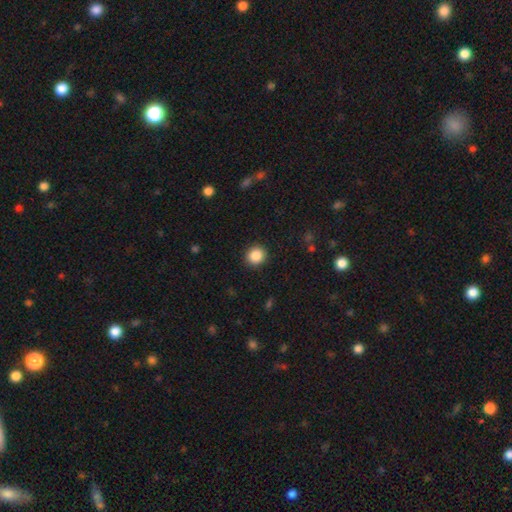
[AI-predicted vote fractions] smooth 87%, star or artifact 9%, featured or disk 4%. Down the decision tree: how rounded — round (88%); merging — none (91%).